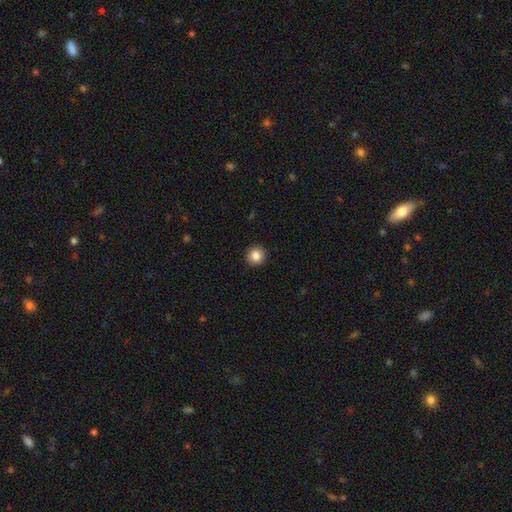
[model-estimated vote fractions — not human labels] Morphology: type=smooth (84%); roundness=round (94%); merging=none (93%).